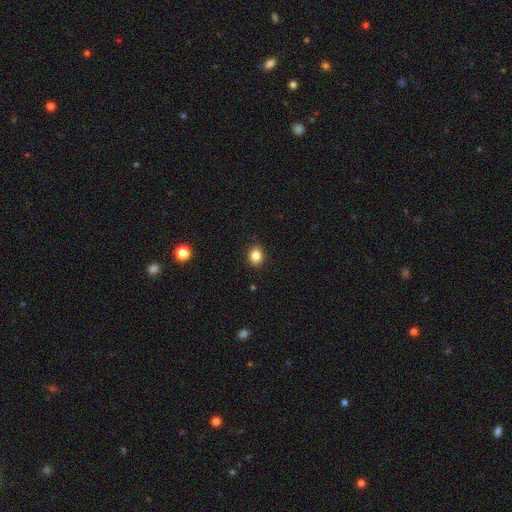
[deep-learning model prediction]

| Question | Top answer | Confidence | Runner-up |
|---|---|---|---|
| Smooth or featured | smooth | 86% | star or artifact (10%) |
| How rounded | round | 52% | in between (47%) |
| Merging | none | 90% | minor disturbance (7%) |